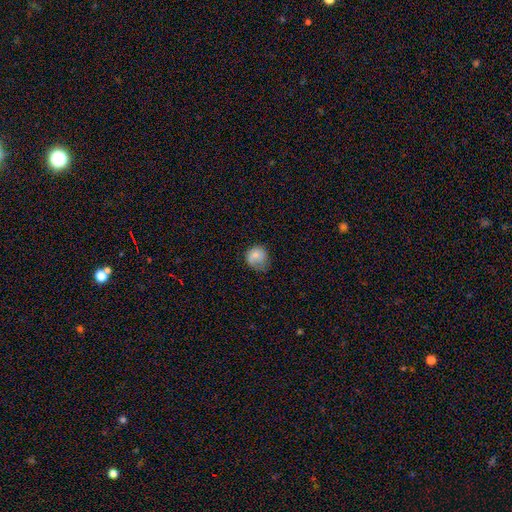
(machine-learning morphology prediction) smooth_or_featured: smooth (p=0.75) [alt: featured or disk p=0.17]
how_rounded: round (p=0.75) [alt: in between p=0.24]
merging: none (p=0.42) [alt: minor disturbance p=0.34]